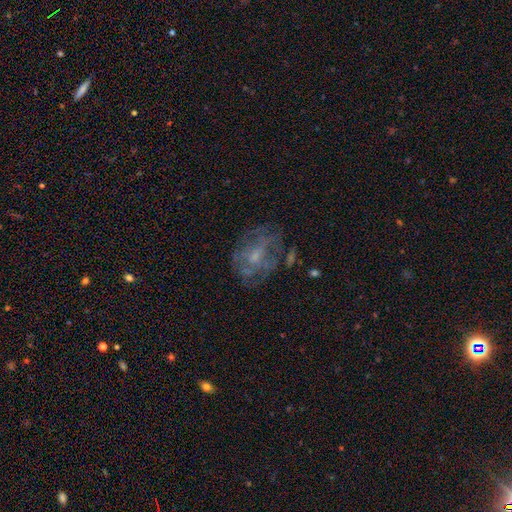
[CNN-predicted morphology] smooth_or_featured: featured or disk (p=0.62) [alt: smooth p=0.26]
disk_edge_on: no (p=0.97) [alt: yes p=0.03]
bar: no (p=0.67) [alt: weak p=0.28]
has_spiral_arms: no (p=0.61) [alt: yes p=0.39]
bulge_size: small (p=0.52) [alt: moderate p=0.30]
merging: none (p=0.54) [alt: major disturbance p=0.22]